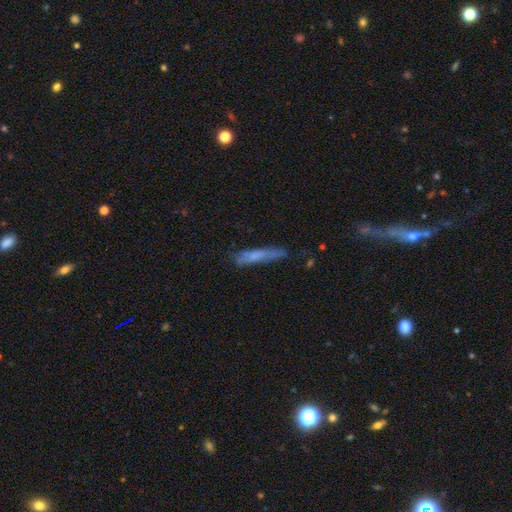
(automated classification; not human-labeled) The model was most divided on "smooth or featured": smooth: 63%, featured or disk: 29%, star or artifact: 8%. More confident: how rounded — cigar-shaped (91%); merging — none (66%).